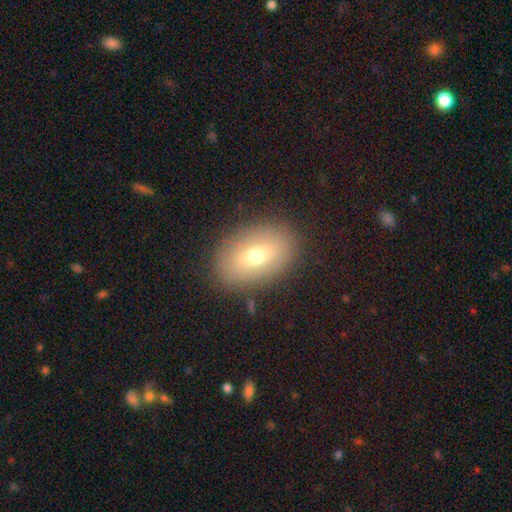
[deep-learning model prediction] A smooth galaxy with no disk features (61%) that is in between round and cigar-shaped (85%). Merging: none (85%).